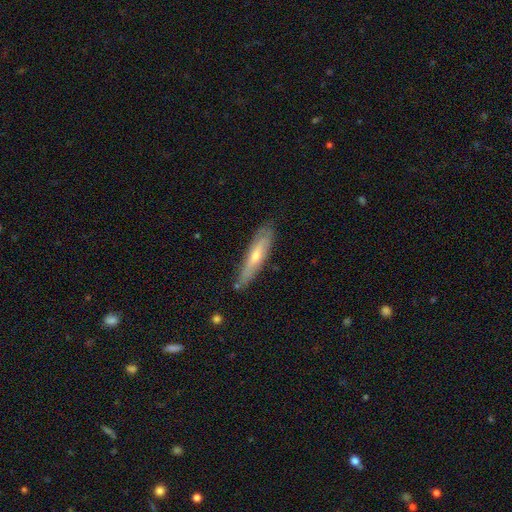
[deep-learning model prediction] Smooth or featured? Predicted: smooth (p=0.49). Merging? Predicted: none (p=0.77).